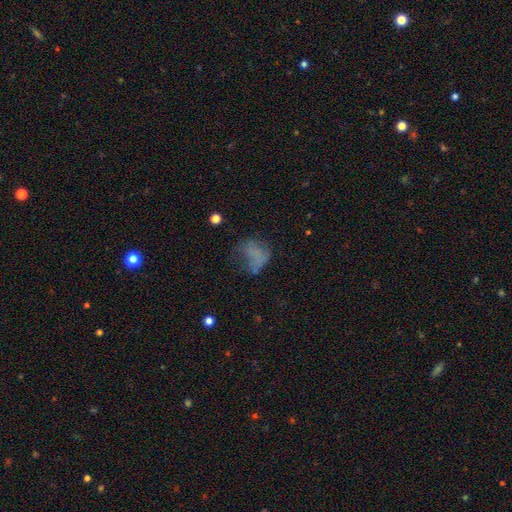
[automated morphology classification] Q: Smooth or featured?
A: smooth (53%); runner-up: featured or disk (28%)
Q: How rounded?
A: in between (66%); runner-up: round (32%)
Q: Merging?
A: major disturbance (40%); runner-up: none (31%)